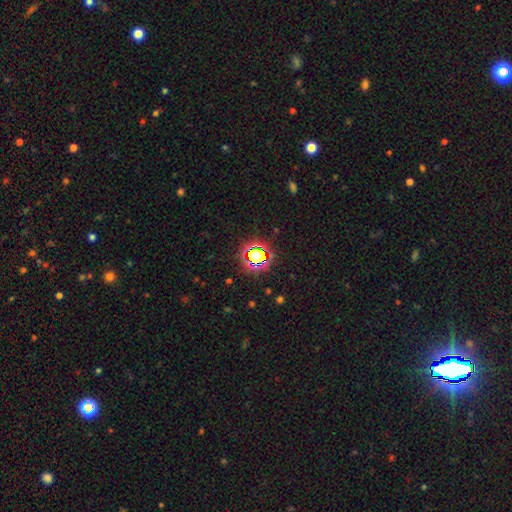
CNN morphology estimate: Overall: star or artifact (64%; smooth 26%).